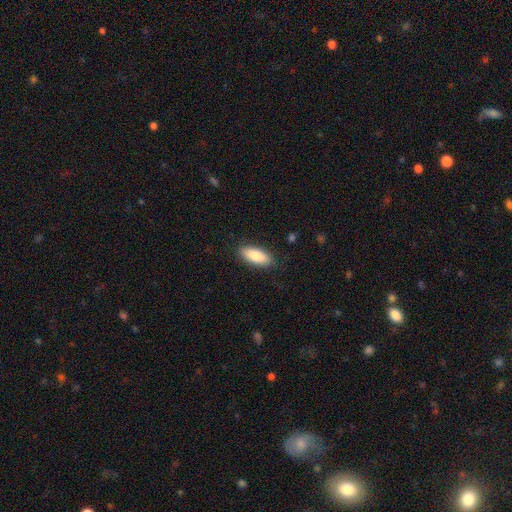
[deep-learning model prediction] Smooth or featured?
  - smooth: 85% *
  - featured or disk: 10%
  - star or artifact: 6%
How rounded?
  - in between: 81% *
  - cigar-shaped: 17%
  - round: 2%
Merging?
  - none: 87% *
  - minor disturbance: 10%
  - major disturbance: 2%
  - merger: 1%